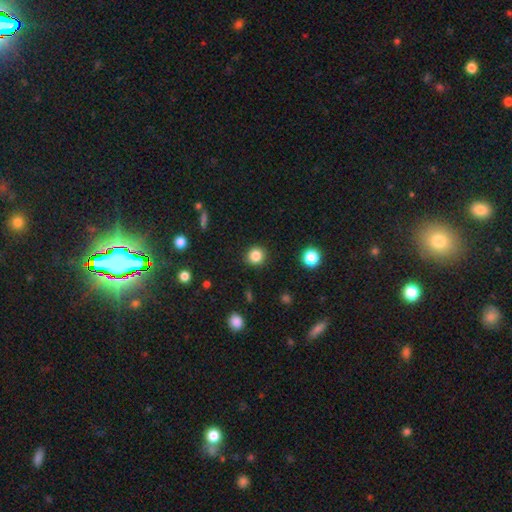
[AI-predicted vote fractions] Q: Smooth or featured?
A: smooth (84%); runner-up: star or artifact (11%)
Q: How rounded?
A: round (91%); runner-up: in between (8%)
Q: Merging?
A: none (91%); runner-up: minor disturbance (6%)